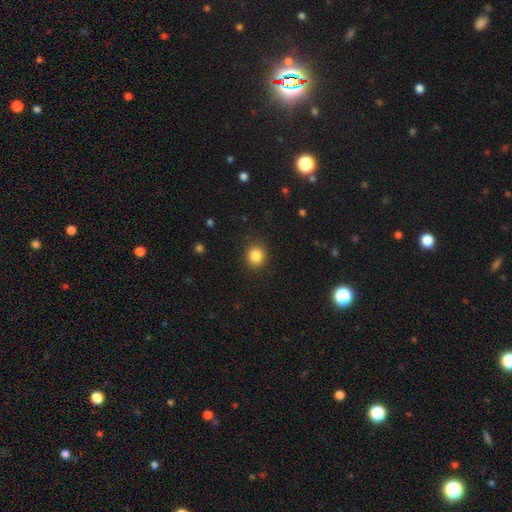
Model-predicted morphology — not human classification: This is clearly a smooth galaxy (85%). How rounded: clearly round (85%). Merging: clearly none (89%).